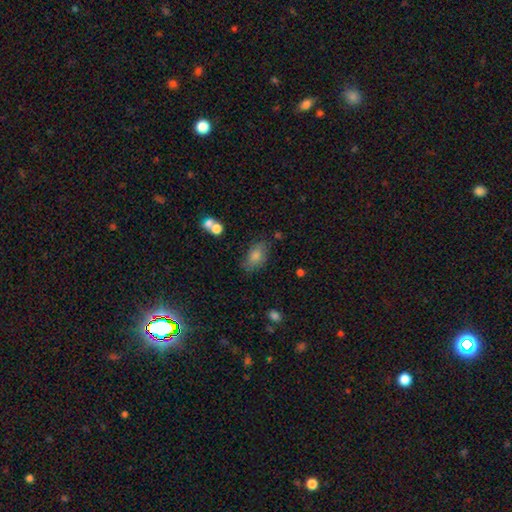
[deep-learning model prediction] smooth-or-featured: smooth: 67% | star or artifact: 18% | featured or disk: 15%
  how-rounded: in between: 85% | round: 12% | cigar-shaped: 3%
  merging: none: 74% | minor disturbance: 18% | major disturbance: 5% | merger: 3%